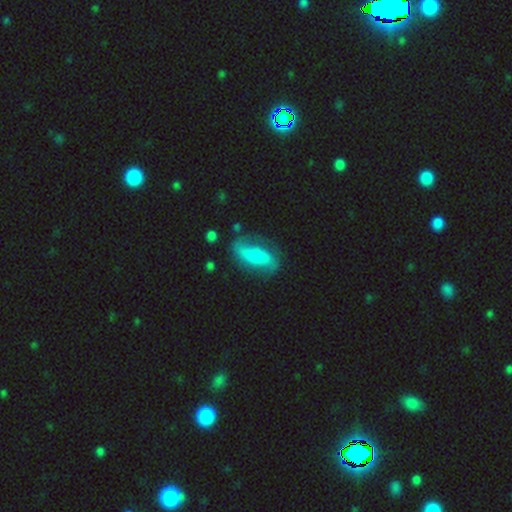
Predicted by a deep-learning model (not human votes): Smooth or featured?
  - featured or disk: 62% *
  - smooth: 31%
  - star or artifact: 6%
Edge-on disk?
  - no: 88% *
  - yes: 12%
Bar?
  - strong: 37% *
  - no: 34%
  - weak: 29%
Spiral arms?
  - yes: 85% *
  - no: 15%
Bulge size?
  - small: 43% *
  - moderate: 31%
  - none: 12%
  - large: 11%
  - dominant: 3%
Merging?
  - none: 68% *
  - minor disturbance: 19%
  - major disturbance: 10%
  - merger: 3%